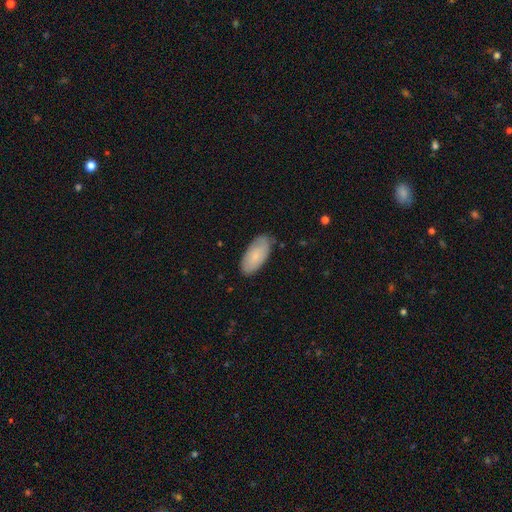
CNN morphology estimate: A smooth galaxy with no disk features (77%) that is in between round and cigar-shaped (94%).

Vote fractions:
- Smooth or featured? smooth: 77% / featured or disk: 17% / star or artifact: 6%
- How rounded? in between: 94% / cigar-shaped: 4% / round: 2%
- Merging? none: 81% / minor disturbance: 15% / major disturbance: 3% / merger: 1%